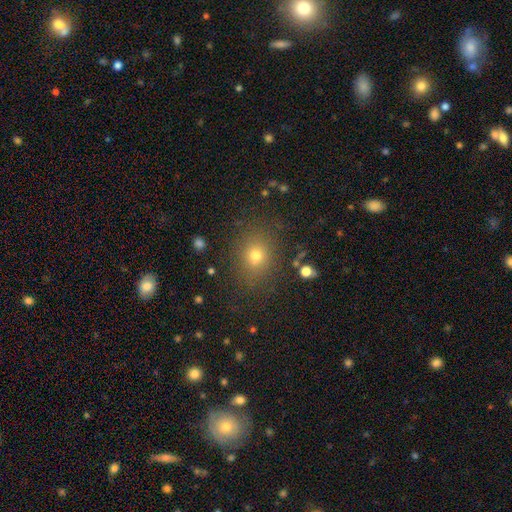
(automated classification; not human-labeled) Smooth or featured? smooth (72%)
How rounded? round (56%)
Merging? none (83%)